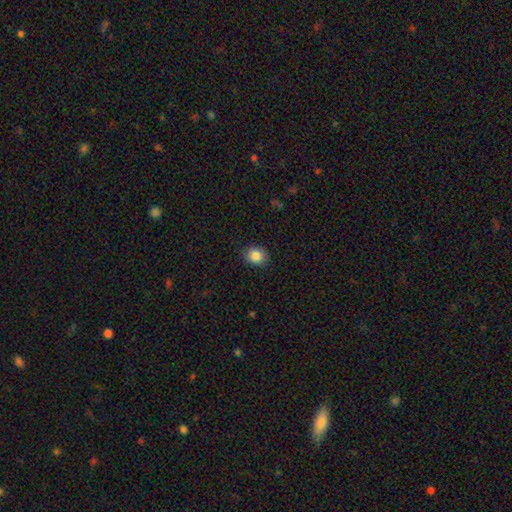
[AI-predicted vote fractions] Smooth or featured? Predicted: smooth (p=0.86). How rounded? Predicted: round (p=0.68). Merging? Predicted: none (p=0.87).